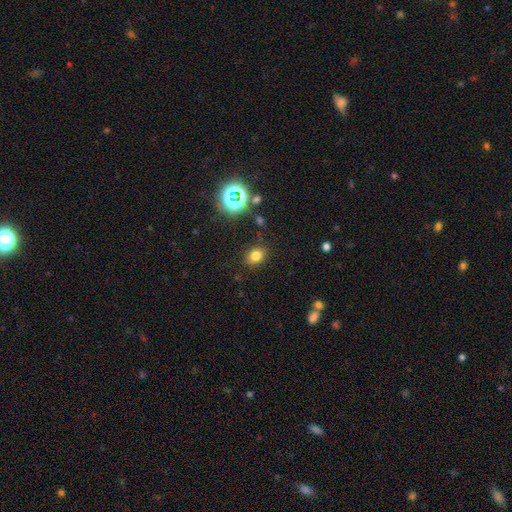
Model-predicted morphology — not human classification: This is likely a smooth galaxy (75%). How rounded: possibly in between (55%). Merging: clearly none (86%).